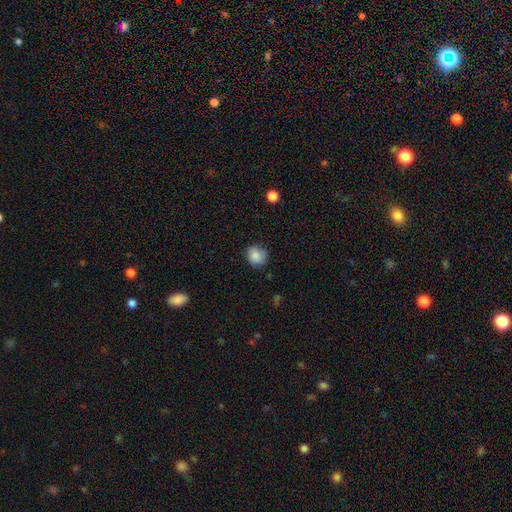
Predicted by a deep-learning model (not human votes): The model was most divided on "merging": none: 75%, minor disturbance: 20%, major disturbance: 4%, merger: 1%. More confident: smooth or featured — smooth (86%); how rounded — round (79%).